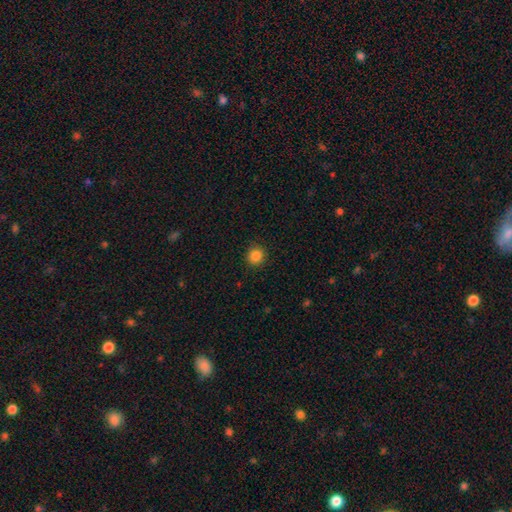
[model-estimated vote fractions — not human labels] The model was most divided on "smooth or featured": smooth: 86%, star or artifact: 11%, featured or disk: 3%. More confident: merging — none (91%); how rounded — round (91%).